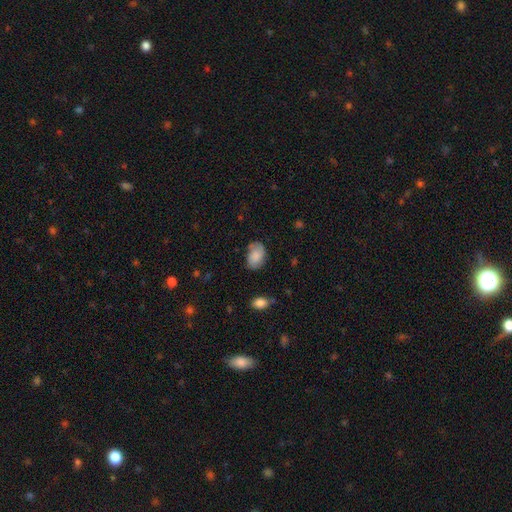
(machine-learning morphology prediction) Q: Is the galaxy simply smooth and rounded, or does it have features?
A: smooth — 72%.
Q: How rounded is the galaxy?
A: in between — 83%.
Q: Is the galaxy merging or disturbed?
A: none — 67%.